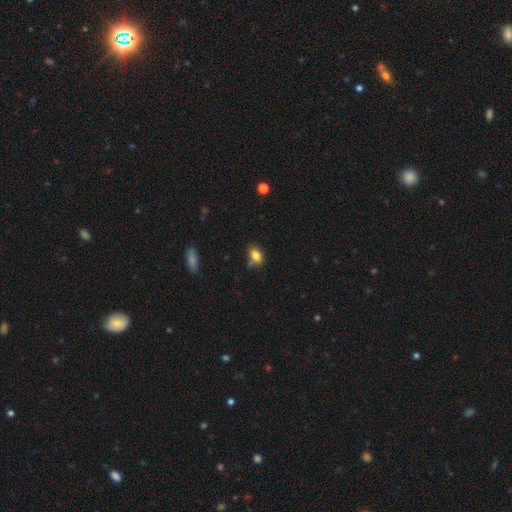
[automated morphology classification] type=smooth (83%); roundness=in between (81%); merging=none (60%).